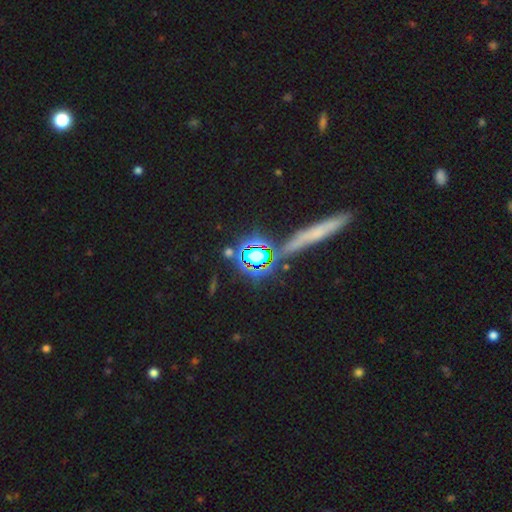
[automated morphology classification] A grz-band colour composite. It shows a star or artifact, not a galaxy (62%).